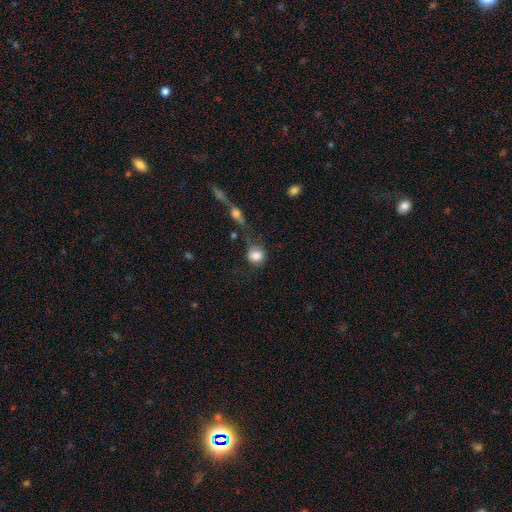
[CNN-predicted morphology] Smooth or featured? smooth (81%)
How rounded? round (85%)
Merging? none (55%)